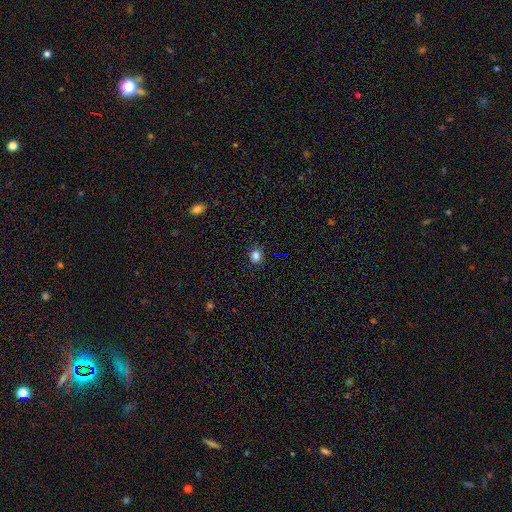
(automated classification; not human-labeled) smooth_or_featured: smooth (p=0.82) [alt: star or artifact p=0.13]
how_rounded: round (p=0.74) [alt: in between p=0.25]
merging: none (p=0.87) [alt: minor disturbance p=0.09]